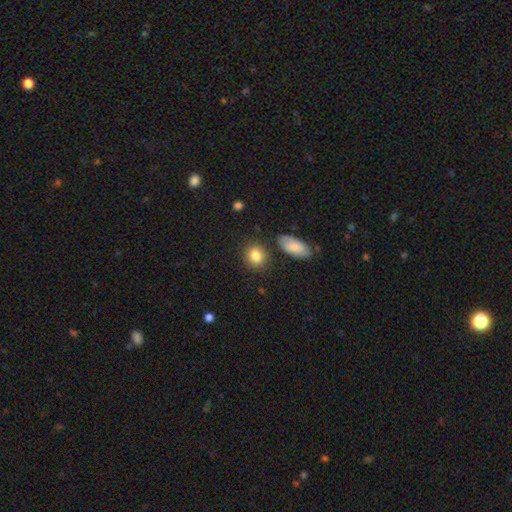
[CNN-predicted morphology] smooth-or-featured: smooth: 85% | star or artifact: 8% | featured or disk: 7%
  how-rounded: round: 66% | in between: 32% | cigar-shaped: 2%
  merging: none: 82% | minor disturbance: 10% | merger: 4% | major disturbance: 3%